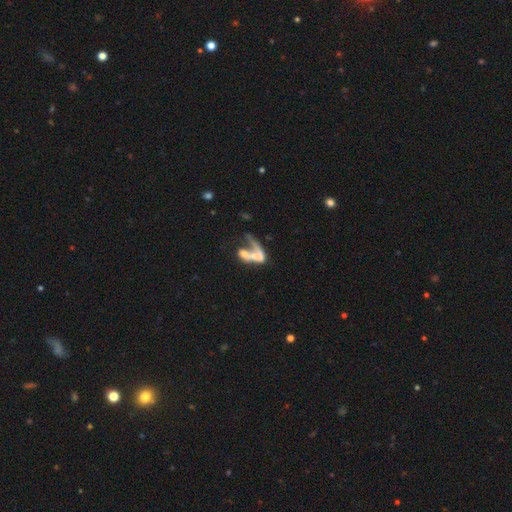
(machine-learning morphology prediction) A featured or disk galaxy (57%) with no bar (74%), no spiral arms (60%) and no central bulge (46%).

Vote fractions:
- Smooth or featured? featured or disk: 57% / smooth: 33% / star or artifact: 10%
- Edge-on disk? no: 93% / yes: 7%
- Bar? no: 74% / weak: 17% / strong: 10%
- Spiral arms? no: 60% / yes: 40%
- Bulge size? none: 46% / small: 25% / moderate: 21% / large: 6% / dominant: 3%
- Merging? merger: 42% / major disturbance: 33% / none: 17% / minor disturbance: 8%